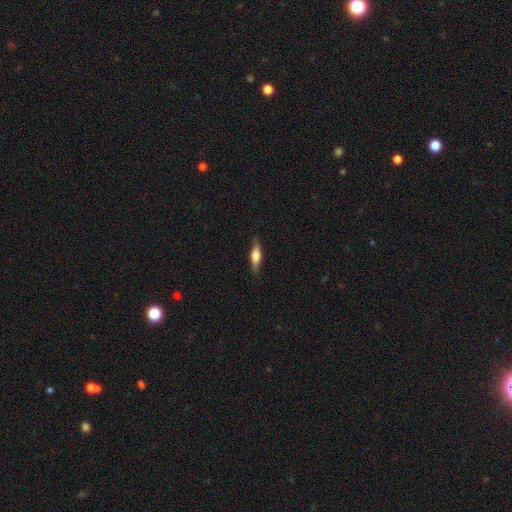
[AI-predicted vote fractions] Smooth or featured: smooth — 60% (featured or disk — 33%)
How rounded: cigar-shaped — 51% (in between — 46%)
Merging: none — 80% (minor disturbance — 16%)